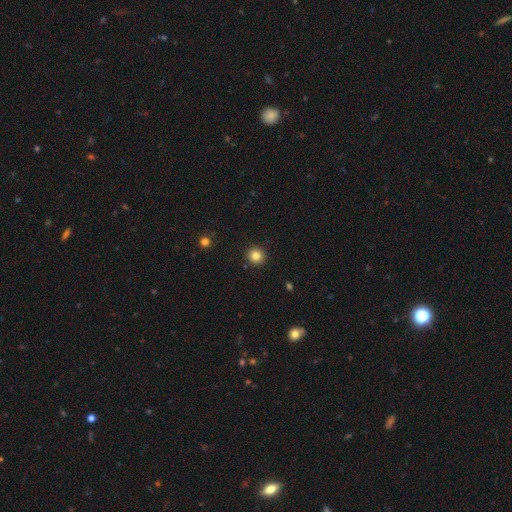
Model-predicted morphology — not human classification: The model was most divided on "smooth or featured": smooth: 84%, star or artifact: 12%, featured or disk: 5%. More confident: how rounded — round (94%); merging — none (92%).